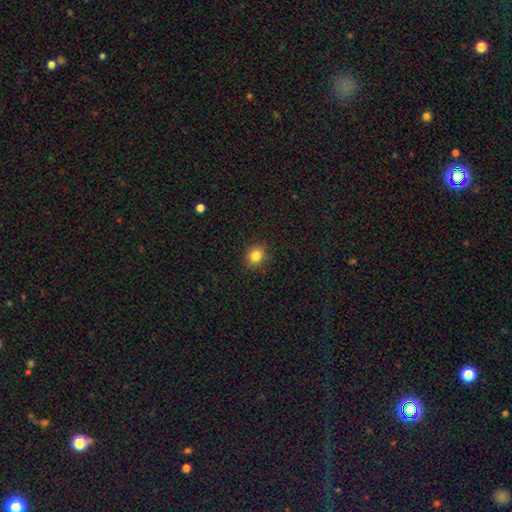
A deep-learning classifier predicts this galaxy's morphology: A smooth galaxy with no disk features (83%) that is round (80%).

Vote fractions:
- Smooth or featured? smooth: 83% / star or artifact: 11% / featured or disk: 6%
- How rounded? round: 80% / in between: 19% / cigar-shaped: 1%
- Merging? none: 90% / minor disturbance: 7% / major disturbance: 2% / merger: 1%